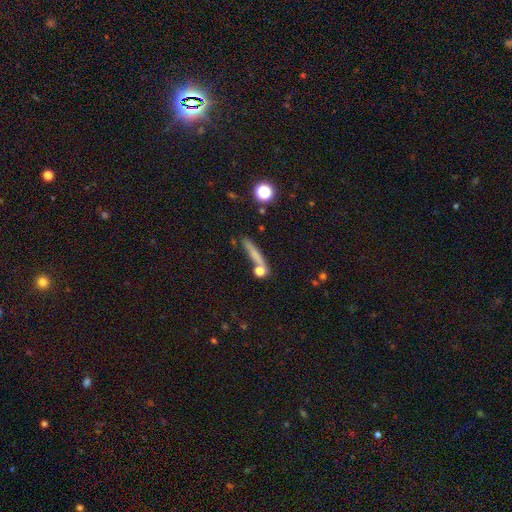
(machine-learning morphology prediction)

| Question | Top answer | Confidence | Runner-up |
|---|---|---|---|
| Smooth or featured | smooth | 62% | featured or disk (26%) |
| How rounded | cigar-shaped | 82% | in between (10%) |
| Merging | none | 68% | minor disturbance (14%) |